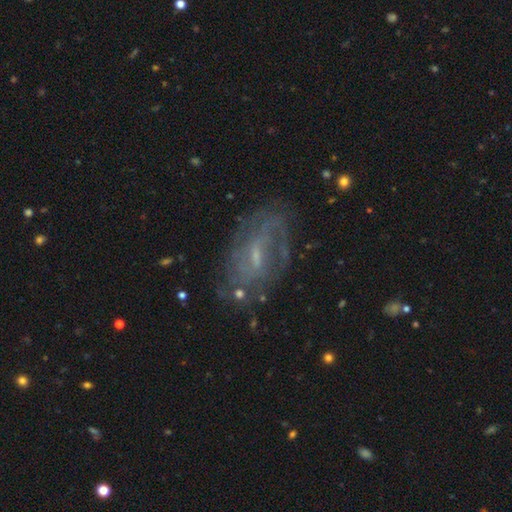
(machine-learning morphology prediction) Smooth or featured? featured or disk (72%)
Edge-on disk? no (93%)
Bar? weak (52%)
Spiral arms? yes (81%)
Spiral winding? medium (39%)
Spiral arm count? can't tell (42%)
Bulge size? small (63%)
Merging? none (70%)